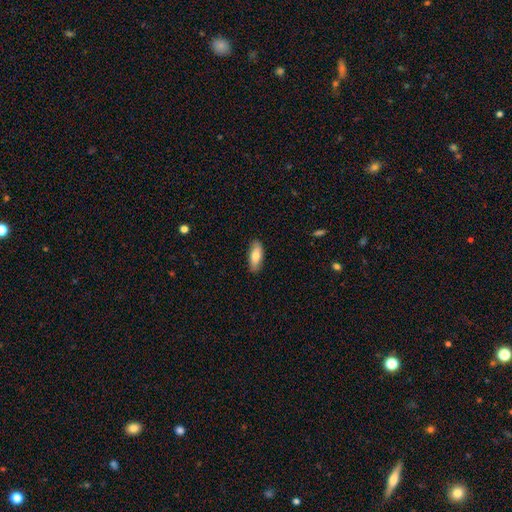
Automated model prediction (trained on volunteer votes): A smooth galaxy with no disk features (75%) that is in between round and cigar-shaped (76%).

Vote fractions:
- Smooth or featured? smooth: 75% / featured or disk: 19% / star or artifact: 6%
- How rounded? in between: 76% / cigar-shaped: 22% / round: 2%
- Merging? none: 86% / minor disturbance: 11% / major disturbance: 2% / merger: 1%